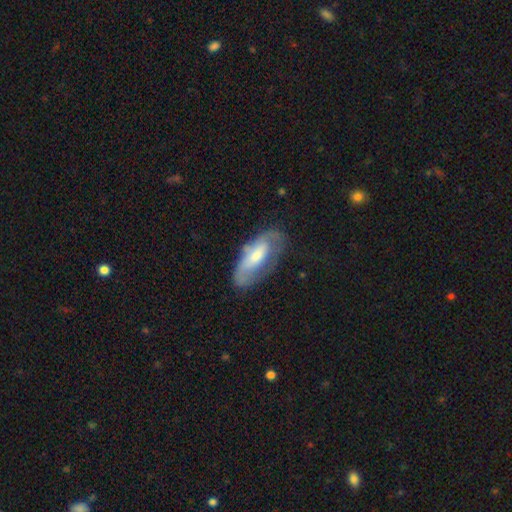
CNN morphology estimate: Smooth or featured?
  - featured or disk: 47% *
  - smooth: 46%
  - star or artifact: 7%
Merging?
  - none: 56% *
  - minor disturbance: 27%
  - major disturbance: 14%
  - merger: 3%